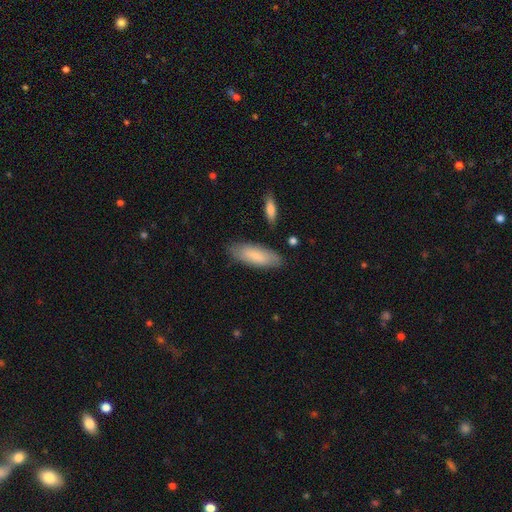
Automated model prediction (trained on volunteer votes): smooth-or-featured: smooth: 80% | featured or disk: 15% | star or artifact: 5%
  how-rounded: in between: 65% | cigar-shaped: 33% | round: 2%
  merging: none: 82% | minor disturbance: 13% | major disturbance: 3% | merger: 2%